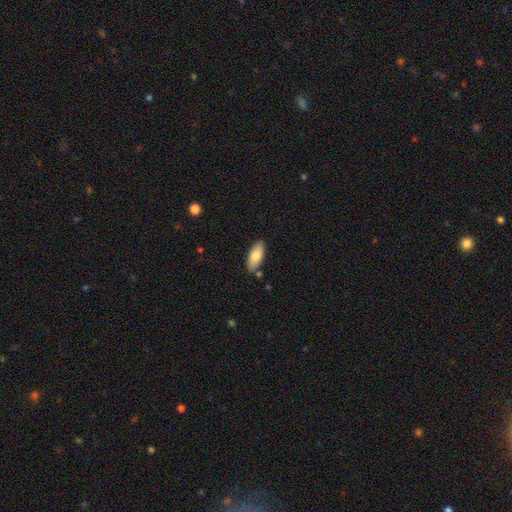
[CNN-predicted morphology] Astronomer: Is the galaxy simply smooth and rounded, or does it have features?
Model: smooth — 80%.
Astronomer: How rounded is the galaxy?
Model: in between — 87%.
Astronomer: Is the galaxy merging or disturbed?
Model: none — 82%.